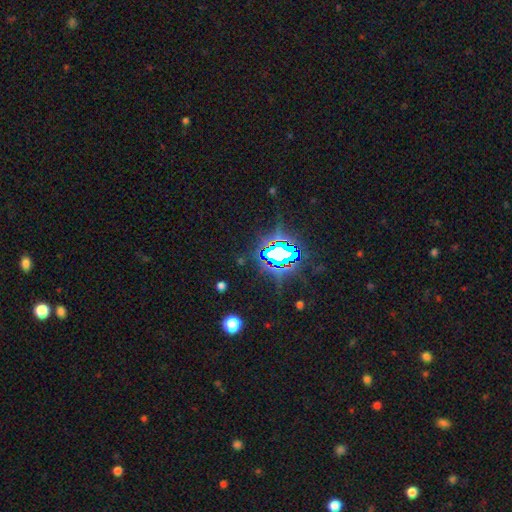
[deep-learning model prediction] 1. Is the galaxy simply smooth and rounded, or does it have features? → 82% star or artifact, 10% smooth, 7% featured or disk.